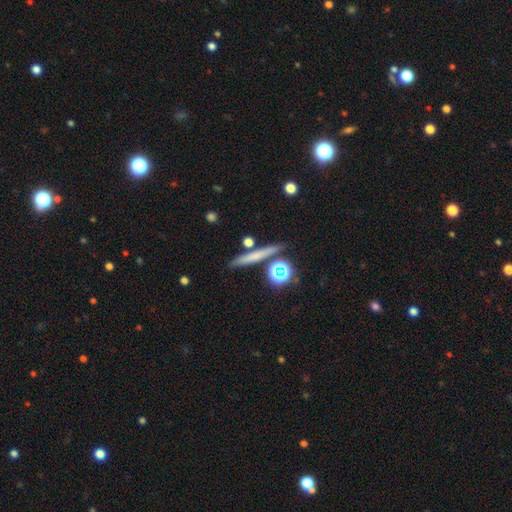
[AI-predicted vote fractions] This is possibly a smooth galaxy (58%). How rounded: clearly cigar-shaped (82%). Merging: clearly none (82%).